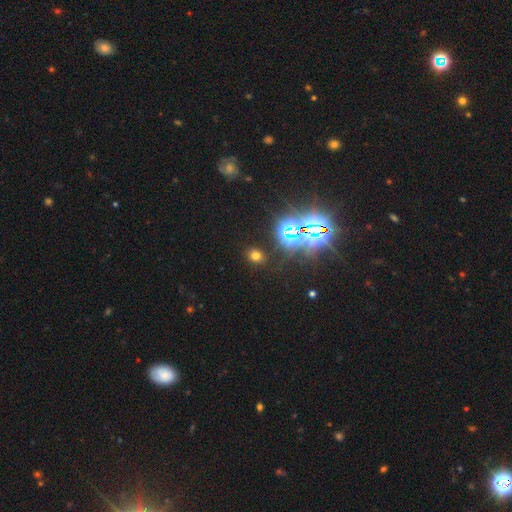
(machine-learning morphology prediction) This is possibly a smooth galaxy (56%). How rounded: likely round (60%). Merging: clearly none (86%).